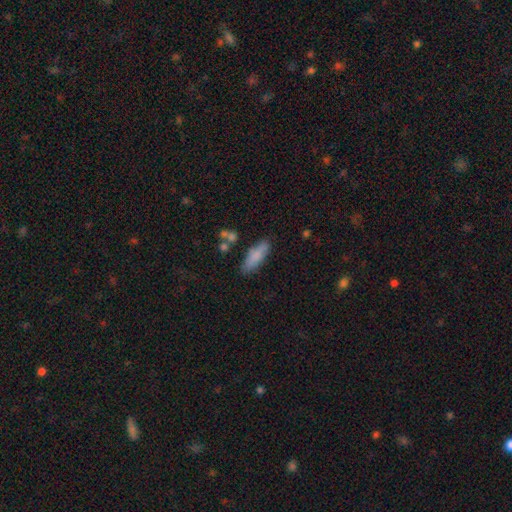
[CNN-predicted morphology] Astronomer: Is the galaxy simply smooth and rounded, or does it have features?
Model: smooth — 81%.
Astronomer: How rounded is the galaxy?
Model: in between — 54% (runner-up: cigar-shaped, 44%).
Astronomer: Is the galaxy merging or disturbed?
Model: none — 76%.